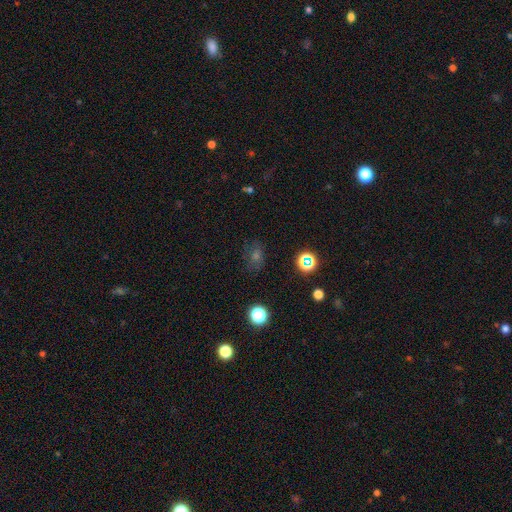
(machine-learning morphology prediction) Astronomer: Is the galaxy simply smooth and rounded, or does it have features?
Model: smooth — 51% (runner-up: star or artifact, 35%).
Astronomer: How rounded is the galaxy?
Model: round — 53% (runner-up: in between, 46%).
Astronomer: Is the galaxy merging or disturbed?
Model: none — 78%.